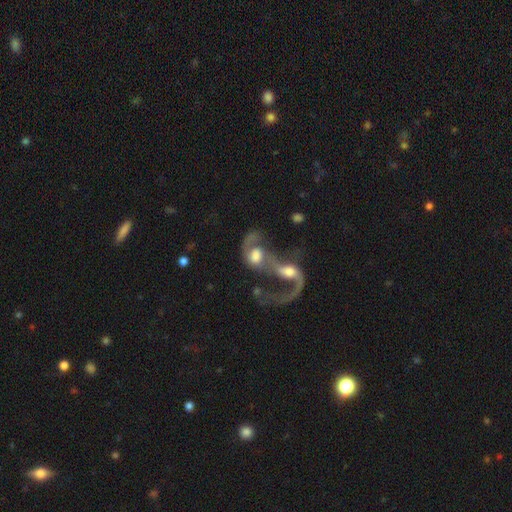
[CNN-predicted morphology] Smooth or featured? Predicted: featured or disk (p=0.65). Edge-on disk? Predicted: no (p=0.95). Bar? Predicted: no (p=0.61). Spiral arms? Predicted: yes (p=0.77). Bulge size? Predicted: moderate (p=0.46). Merging? Predicted: merger (p=0.82).